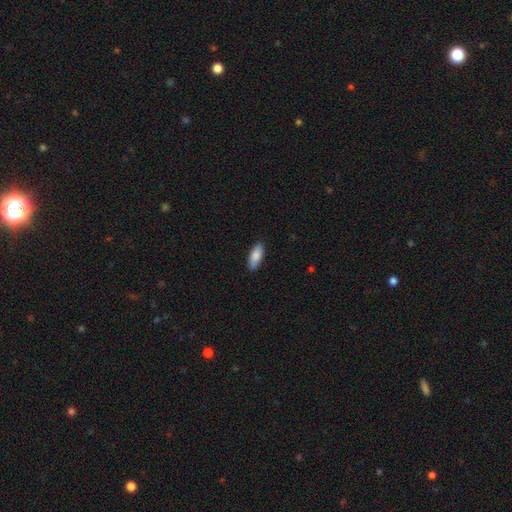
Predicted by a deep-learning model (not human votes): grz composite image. It shows a smooth galaxy with no disk features (85%) that is in between round and cigar-shaped (78%). Merging: none (87%).